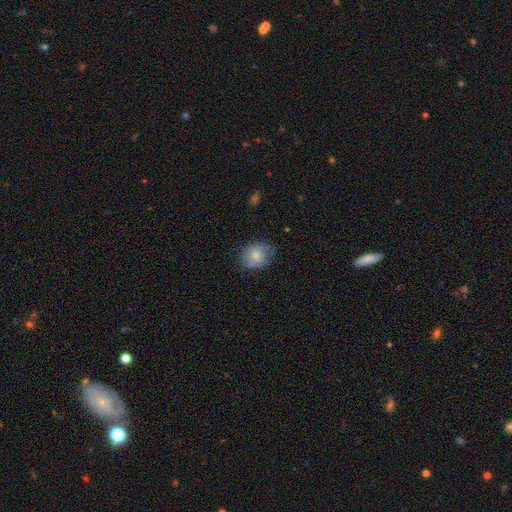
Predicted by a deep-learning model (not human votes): This is likely a smooth galaxy (61%). How rounded: possibly in between (51%). Merging: possibly none (60%).